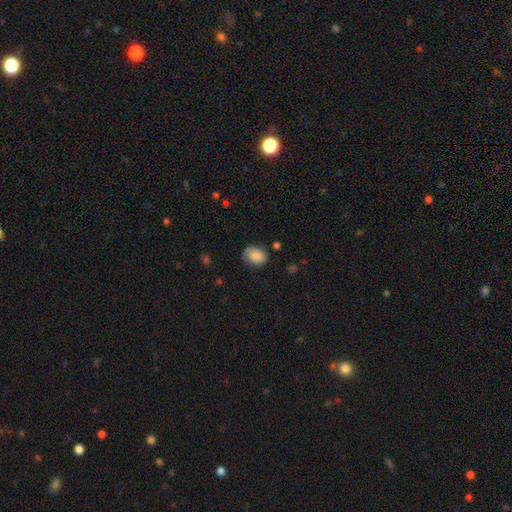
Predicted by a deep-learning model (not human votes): This appears to be a smooth galaxy with no disk features (80%) that is in between round and cigar-shaped (69%). Merging: none (71%).